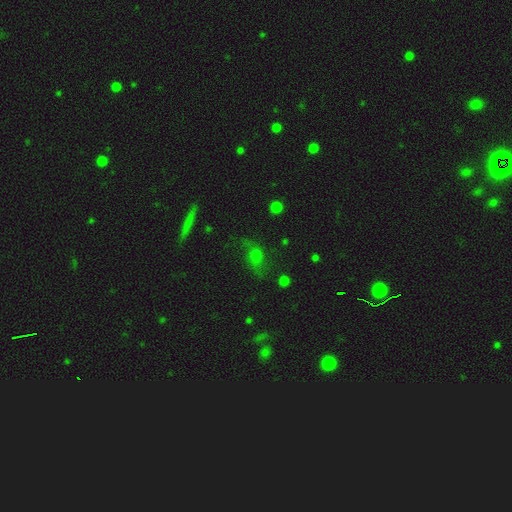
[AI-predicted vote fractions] A smooth galaxy with no disk features (42%).

Vote fractions:
- Smooth or featured? smooth: 42% / featured or disk: 33% / star or artifact: 25%
- Merging? none: 60% / minor disturbance: 20% / major disturbance: 17% / merger: 3%